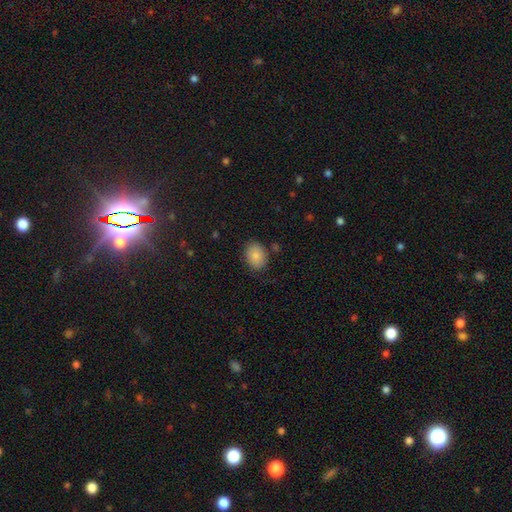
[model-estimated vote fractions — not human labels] smooth_or_featured: smooth (p=0.85) [alt: star or artifact p=0.08]
how_rounded: in between (p=0.66) [alt: round p=0.33]
merging: none (p=0.83) [alt: minor disturbance p=0.12]